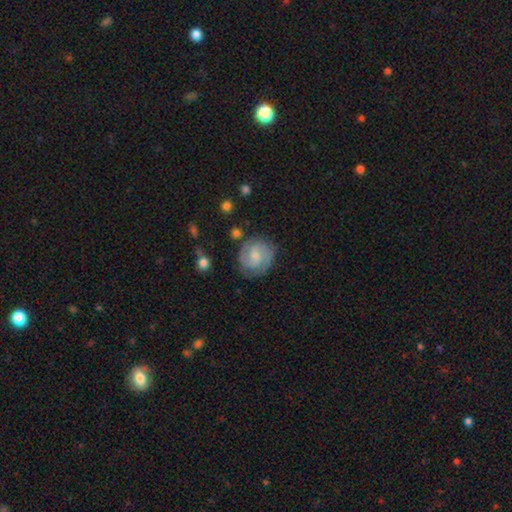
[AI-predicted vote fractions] smooth-or-featured: featured or disk: 75% | smooth: 19% | star or artifact: 6%
  disk-edge-on: no: 98% | yes: 2%
    bar: weak: 52% | no: 37% | strong: 11%
    has-spiral-arms: yes: 95% | no: 5%
      spiral-winding: medium: 47% | tight: 41% | loose: 12%
      spiral-arm-count: 2: 81% | can't tell: 8% | 3: 6% | 1: 2% | 4: 1% | more than 4: 1%
    bulge-size: small: 44% | moderate: 31% | none: 20% | large: 4% | dominant: 1%
  merging: none: 76% | minor disturbance: 15% | major disturbance: 6% | merger: 3%